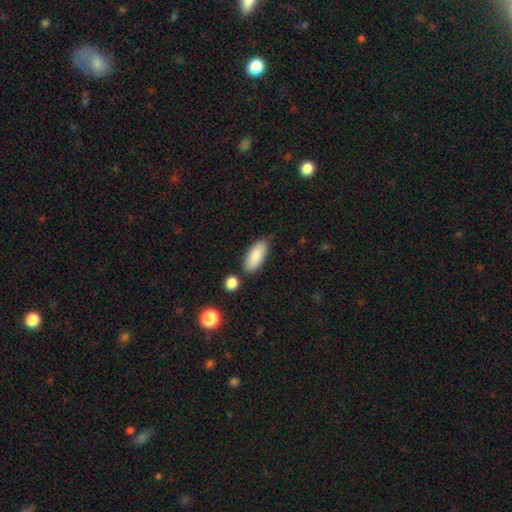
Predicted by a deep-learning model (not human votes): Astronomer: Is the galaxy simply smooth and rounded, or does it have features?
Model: smooth — 87%.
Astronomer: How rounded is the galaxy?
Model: in between — 82%.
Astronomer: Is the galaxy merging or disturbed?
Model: none — 78%.